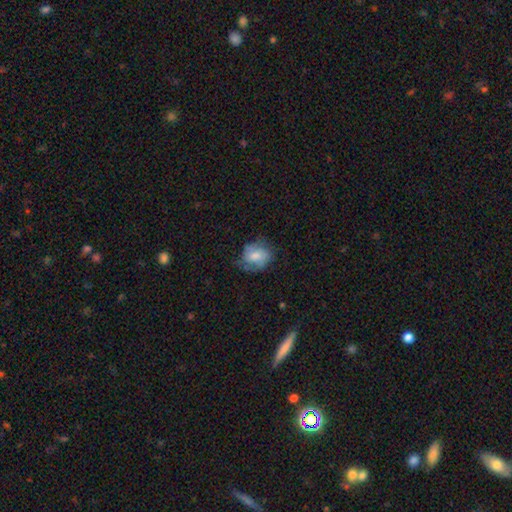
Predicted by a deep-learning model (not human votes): Morphology: type=smooth (49%); merging=none (54%).